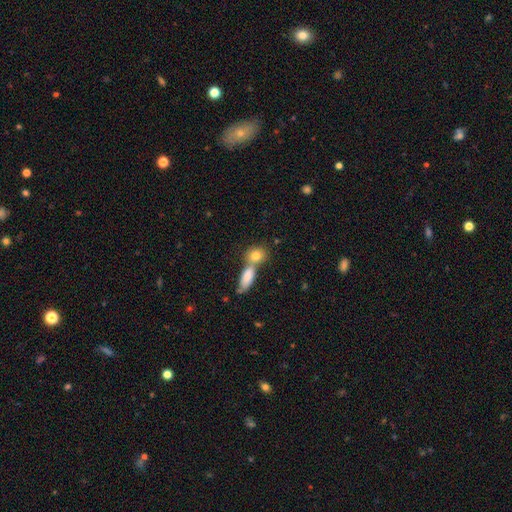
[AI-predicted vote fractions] Smooth or featured: smooth — 81% (featured or disk — 11%)
How rounded: in between — 48% (round — 46%)
Merging: merger — 49% (none — 39%)